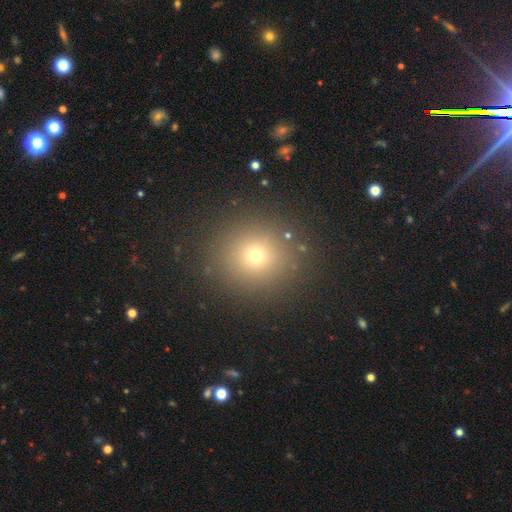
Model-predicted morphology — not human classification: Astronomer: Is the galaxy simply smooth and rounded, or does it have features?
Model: smooth — 66%.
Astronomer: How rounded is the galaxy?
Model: round — 90%.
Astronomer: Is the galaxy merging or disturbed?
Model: none — 89%.